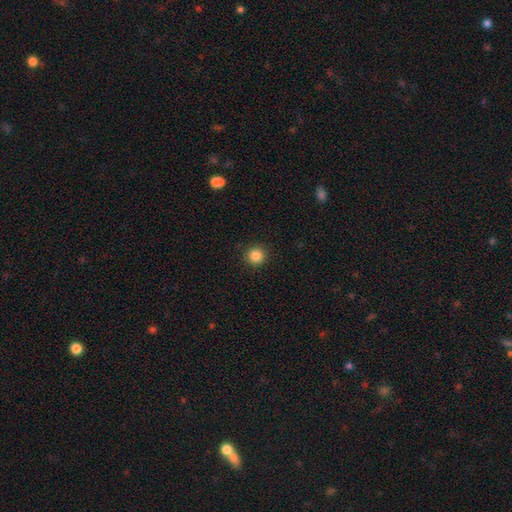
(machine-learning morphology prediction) smooth_or_featured: smooth (p=0.86) [alt: star or artifact p=0.11]
how_rounded: round (p=0.95) [alt: in between p=0.04]
merging: none (p=0.92) [alt: minor disturbance p=0.05]